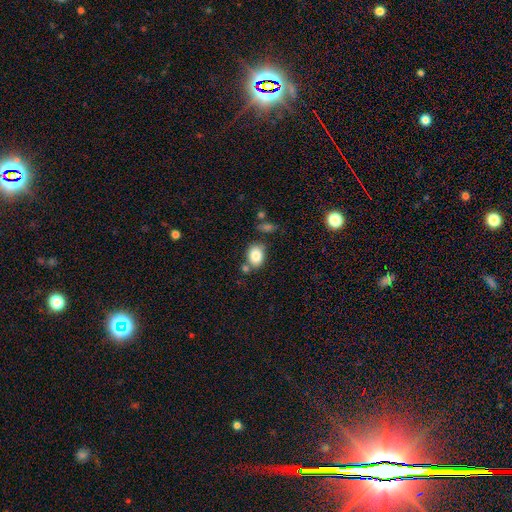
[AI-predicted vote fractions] Smooth or featured: smooth — 83% (star or artifact — 9%)
How rounded: in between — 66% (round — 33%)
Merging: none — 63% (minor disturbance — 16%)